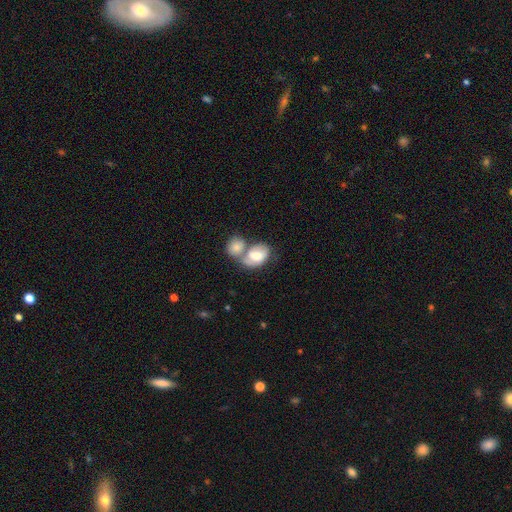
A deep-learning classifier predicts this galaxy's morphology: Overall: smooth (63%; featured or disk 31%). How rounded: in between (78%). Merging: merger (66%).